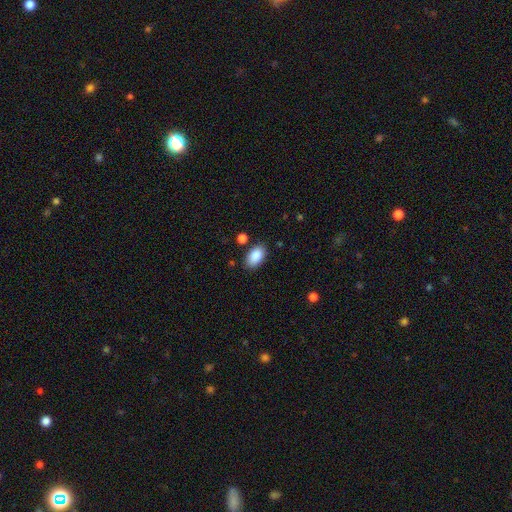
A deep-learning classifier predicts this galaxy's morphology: smooth 89%, star or artifact 7%, featured or disk 4%. Down the decision tree: how rounded — in between (94%); merging — none (83%).